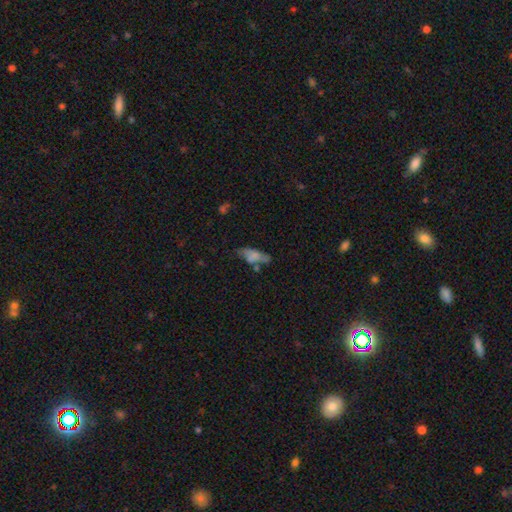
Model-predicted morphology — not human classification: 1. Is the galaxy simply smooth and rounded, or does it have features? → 60% smooth, 27% featured or disk, 13% star or artifact.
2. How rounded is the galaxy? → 53% in between, 44% cigar-shaped, 4% round.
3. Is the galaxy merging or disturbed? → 56% none, 22% minor disturbance, 13% merger, 9% major disturbance.